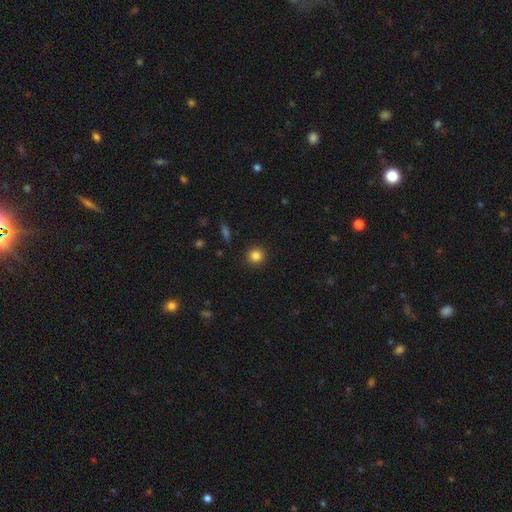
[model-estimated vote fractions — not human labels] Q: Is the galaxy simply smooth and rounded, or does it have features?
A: smooth — 84%.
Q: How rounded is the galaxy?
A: round — 93%.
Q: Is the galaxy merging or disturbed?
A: none — 91%.